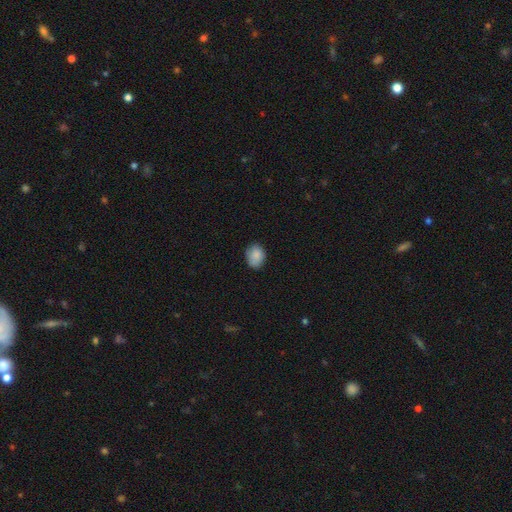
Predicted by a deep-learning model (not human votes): Overall: smooth (86%). How rounded: in between (59%; round 40%). Merging: none (77%).